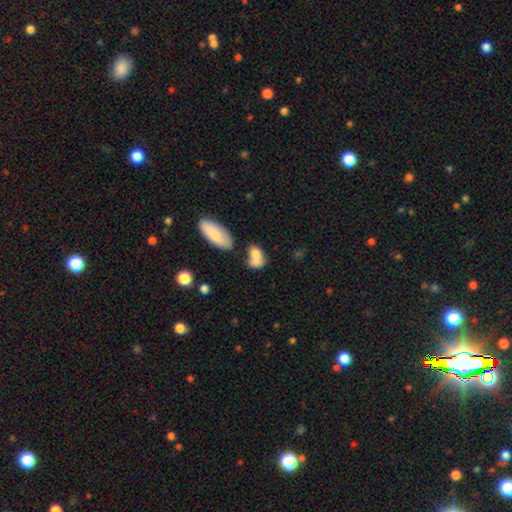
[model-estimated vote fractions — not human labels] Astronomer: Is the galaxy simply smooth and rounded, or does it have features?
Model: smooth — 75%.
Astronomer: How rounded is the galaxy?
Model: in between — 73%.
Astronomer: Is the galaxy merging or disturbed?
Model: merger — 48% (runner-up: none, 30%).